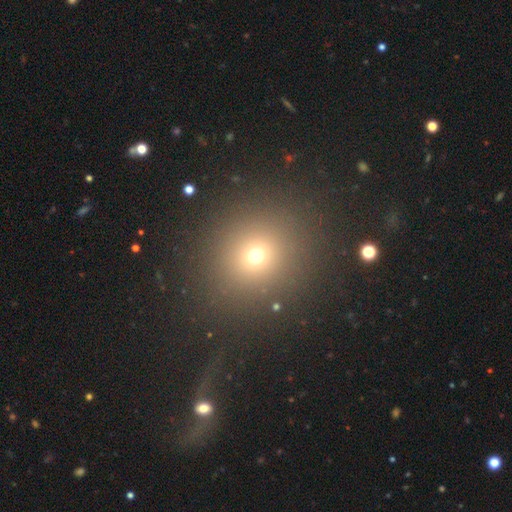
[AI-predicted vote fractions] A smooth galaxy with no disk features (67%) that is round (87%). Merging: none (87%).